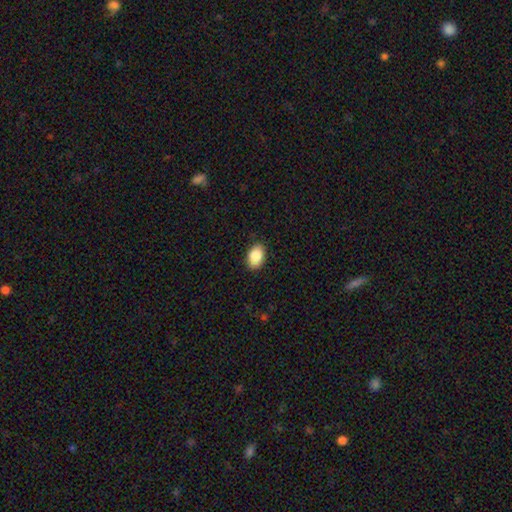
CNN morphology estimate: smooth 87%, star or artifact 7%, featured or disk 6%. Down the decision tree: how rounded — in between (87%); merging — none (87%).